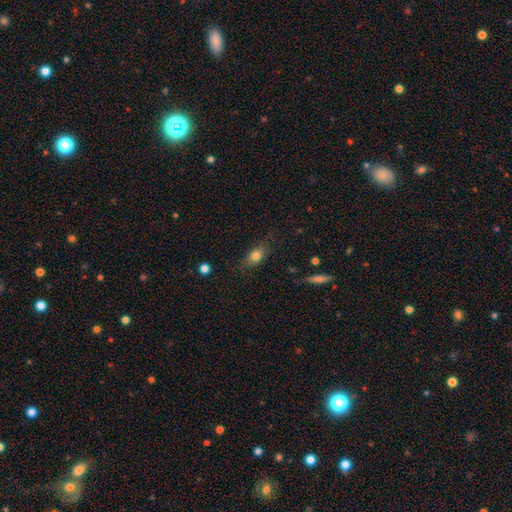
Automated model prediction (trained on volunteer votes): Morphology: type=smooth (77%); roundness=in between (75%); merging=none (72%).